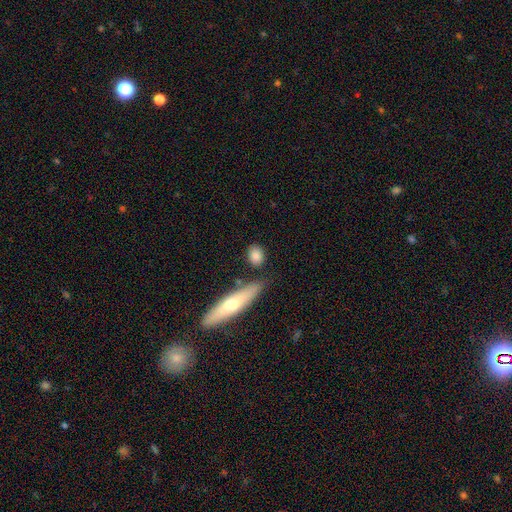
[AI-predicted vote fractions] This appears to be a smooth galaxy with no disk features (83%) that is in between round and cigar-shaped (54%). Merging: none (78%).